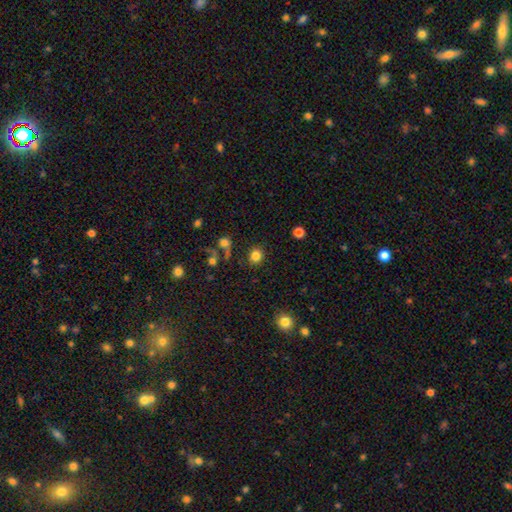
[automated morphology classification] smooth-or-featured: smooth: 82% | star or artifact: 12% | featured or disk: 6%
  how-rounded: round: 84% | in between: 15% | cigar-shaped: 1%
  merging: none: 85% | minor disturbance: 7% | merger: 4% | major disturbance: 3%